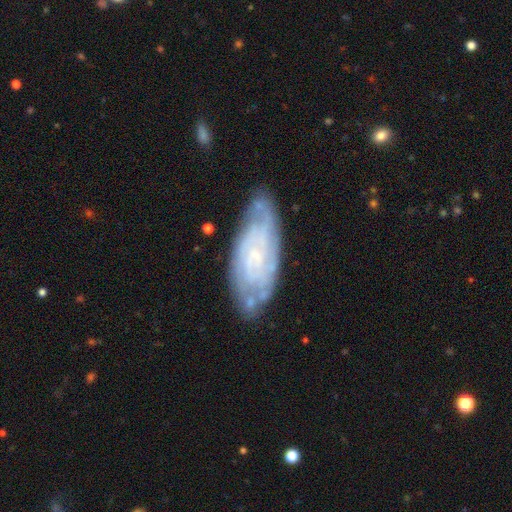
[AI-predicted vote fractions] featured or disk 77%, smooth 17%, star or artifact 6%. Down the decision tree: edge-on disk — no (91%); bar — no (68%); spiral arms — yes (90%); spiral arm count — can't tell (49%); spiral winding — tight (67%); bulge size — small (75%); merging — none (67%).